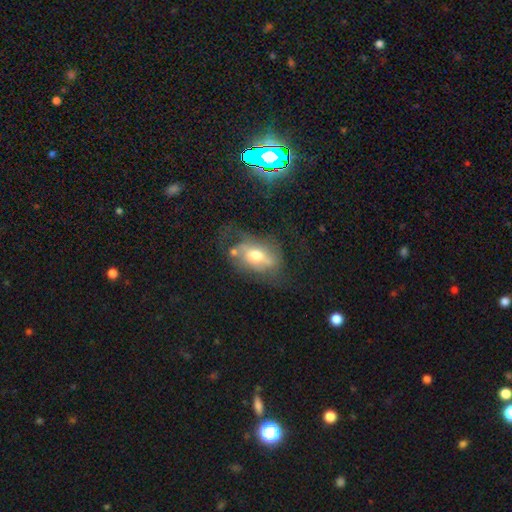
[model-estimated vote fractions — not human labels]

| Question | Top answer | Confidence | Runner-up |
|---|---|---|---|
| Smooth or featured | featured or disk | 51% | smooth (39%) |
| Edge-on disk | no | 90% | yes (10%) |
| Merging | none | 39% | major disturbance (30%) |